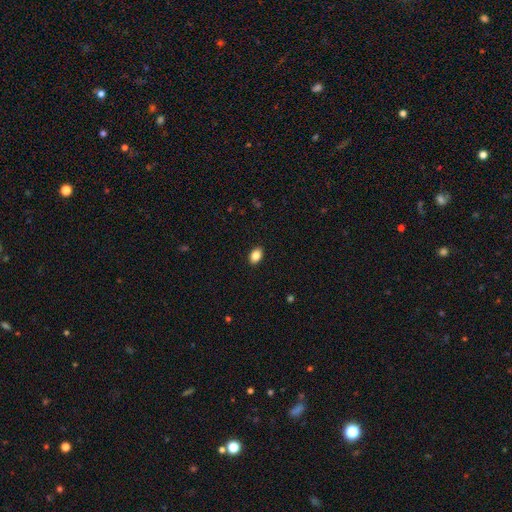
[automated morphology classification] Smooth or featured? smooth (86%)
How rounded? in between (82%)
Merging? none (90%)